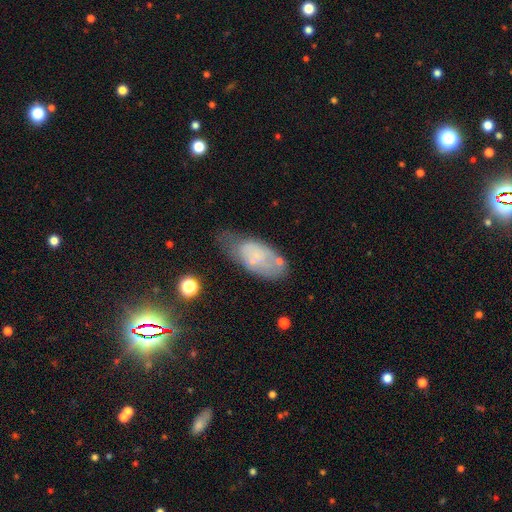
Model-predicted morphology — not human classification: Overall: smooth (56%; featured or disk 35%). How rounded: in between (90%). Merging: none (41%; minor disturbance 34%).